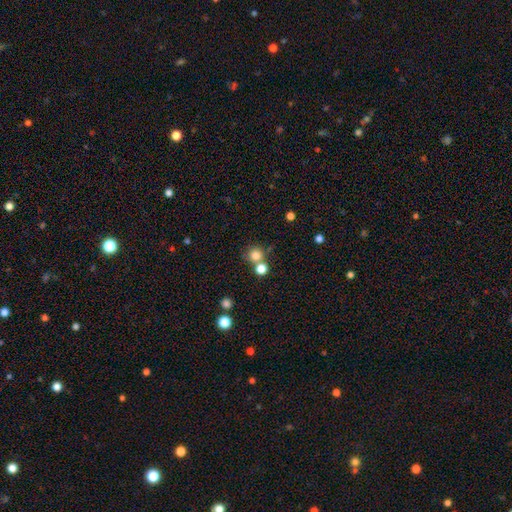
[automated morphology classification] Smooth or featured? smooth (80%)
How rounded? round (93%)
Merging? none (62%)